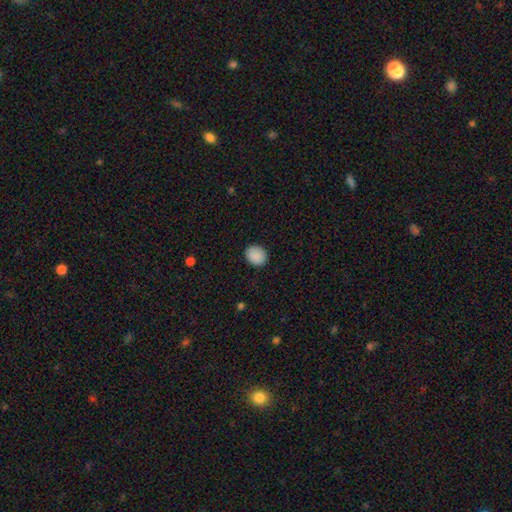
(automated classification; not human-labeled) This appears to be a smooth galaxy with no disk features (89%) that is round (60%). Merging: none (88%).